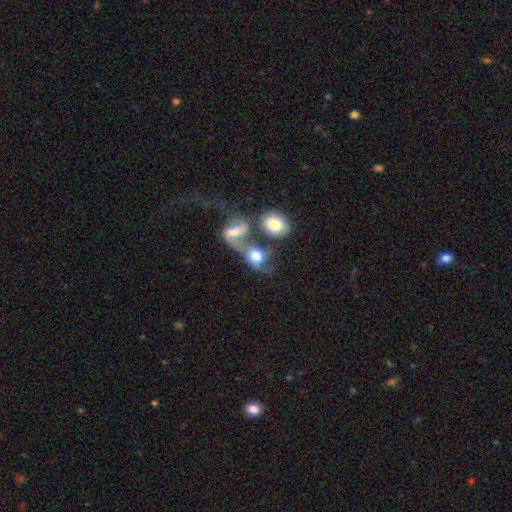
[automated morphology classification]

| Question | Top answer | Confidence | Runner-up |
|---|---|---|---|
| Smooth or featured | smooth | 59% | featured or disk (31%) |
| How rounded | in between | 54% | round (43%) |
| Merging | merger | 60% | none (16%) |